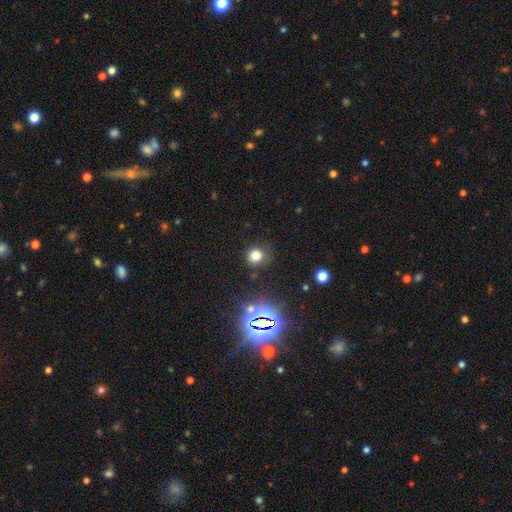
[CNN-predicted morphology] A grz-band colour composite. It shows a smooth galaxy with no disk features (73%) that is round (84%). Merging: none (79%).